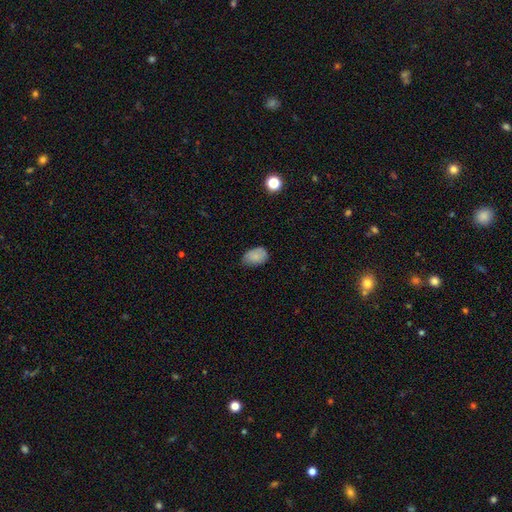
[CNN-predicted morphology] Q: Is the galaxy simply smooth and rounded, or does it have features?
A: smooth — 84%.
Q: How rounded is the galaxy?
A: in between — 85%.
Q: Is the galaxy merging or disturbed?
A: none — 64%.